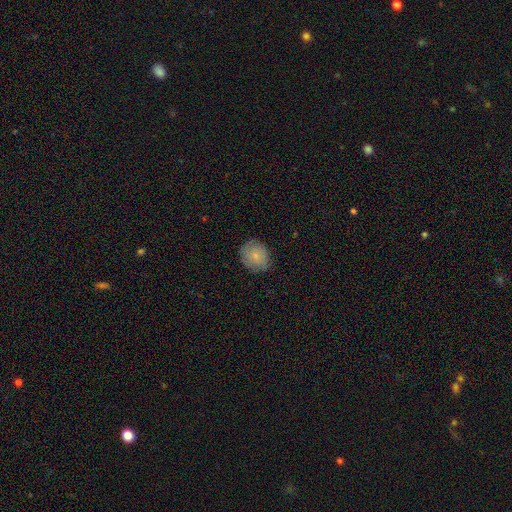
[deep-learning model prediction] Smooth or featured? Predicted: smooth (p=0.77). How rounded? Predicted: round (p=0.72). Merging? Predicted: none (p=0.77).